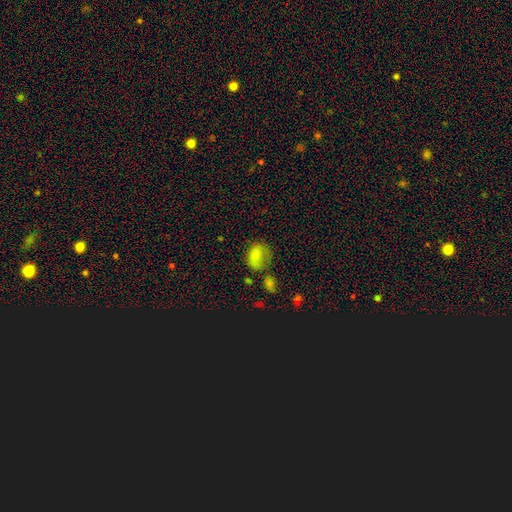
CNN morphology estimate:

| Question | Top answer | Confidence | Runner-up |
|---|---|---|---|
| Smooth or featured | smooth | 75% | star or artifact (13%) |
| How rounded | in between | 67% | round (31%) |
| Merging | none | 44% | minor disturbance (28%) |